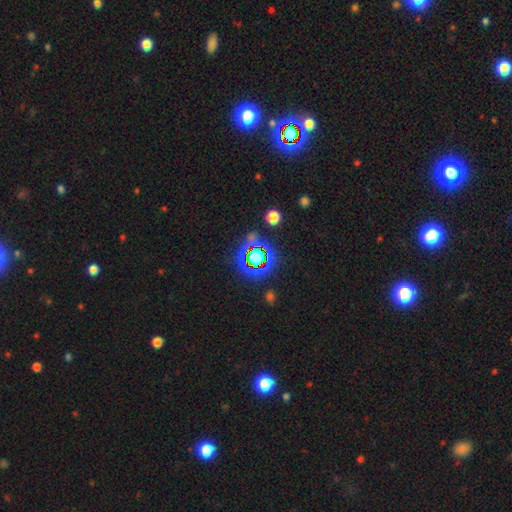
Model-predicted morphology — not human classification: This is likely a star or artifact rather than a galaxy (77%).